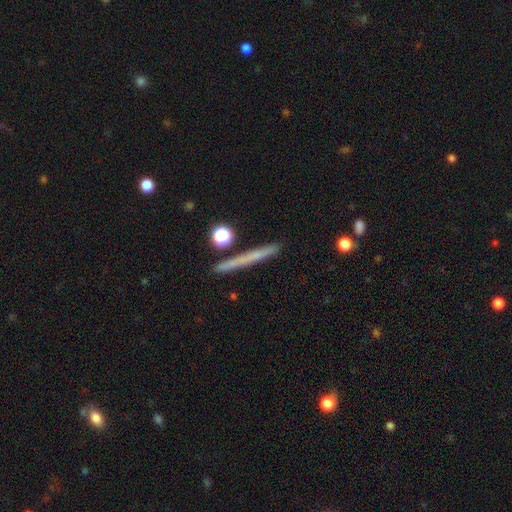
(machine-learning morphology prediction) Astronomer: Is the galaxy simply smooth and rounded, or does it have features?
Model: smooth — 53% (runner-up: featured or disk, 39%).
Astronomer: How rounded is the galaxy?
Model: cigar-shaped — 94%.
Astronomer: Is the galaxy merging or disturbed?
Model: none — 87%.